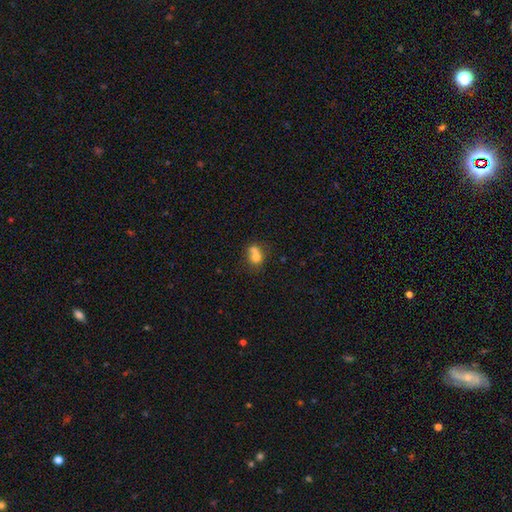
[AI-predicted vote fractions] smooth 72%, featured or disk 17%, star or artifact 12%. Down the decision tree: how rounded — round (54%); merging — merger (49%).